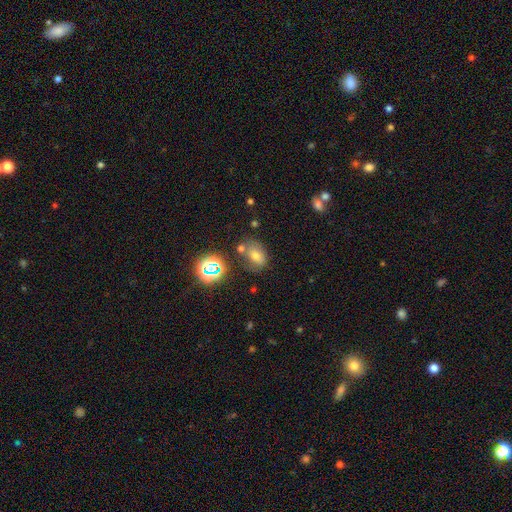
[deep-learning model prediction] Smooth or featured?
  - smooth: 60% *
  - star or artifact: 24%
  - featured or disk: 16%
How rounded?
  - in between: 72% *
  - round: 27%
  - cigar-shaped: 2%
Merging?
  - none: 59% *
  - minor disturbance: 18%
  - merger: 16%
  - major disturbance: 7%